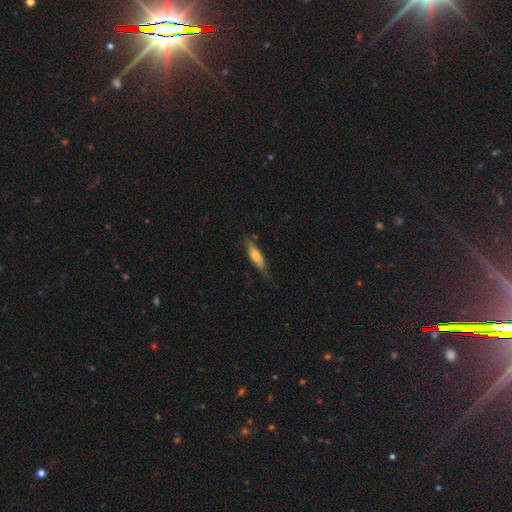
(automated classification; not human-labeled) Smooth or featured?
  - smooth: 53% *
  - featured or disk: 42%
  - star or artifact: 6%
How rounded?
  - cigar-shaped: 69% *
  - in between: 29%
  - round: 2%
Merging?
  - none: 71% *
  - minor disturbance: 22%
  - major disturbance: 5%
  - merger: 2%